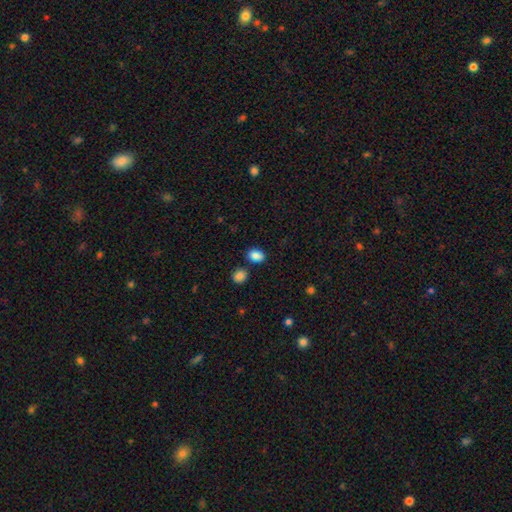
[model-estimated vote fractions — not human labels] This appears to be a smooth galaxy with no disk features (87%) that is in between round and cigar-shaped (72%). Merging: none (80%).